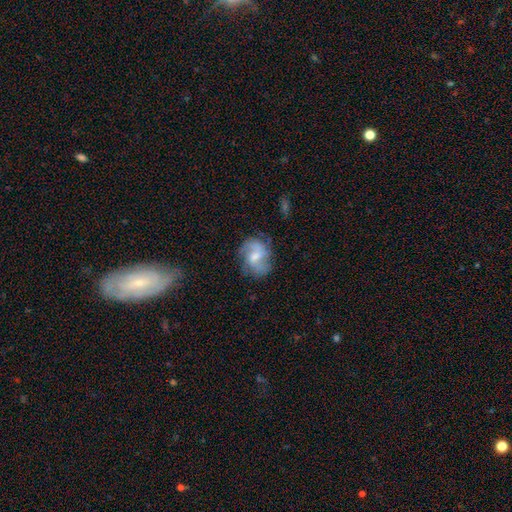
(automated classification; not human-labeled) Smooth or featured: featured or disk — 64% (smooth — 29%)
Edge-on disk: no — 97% (yes — 3%)
Bar: weak — 53% (no — 33%)
Spiral arms: yes — 86% (no — 14%)
Spiral winding: medium — 43% (loose — 41%)
Spiral arm count: 2 — 67% (can't tell — 15%)
Bulge size: moderate — 46% (small — 36%)
Merging: none — 62% (minor disturbance — 23%)